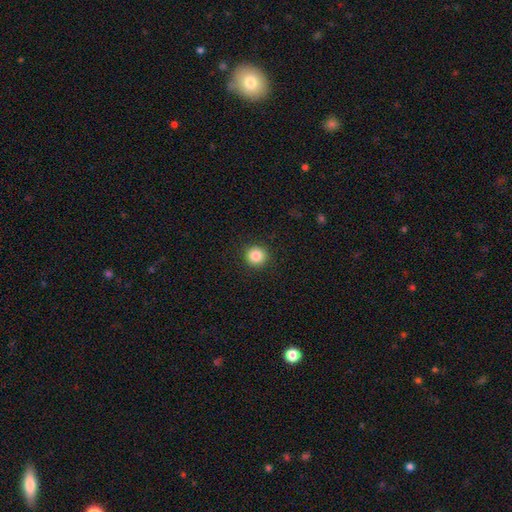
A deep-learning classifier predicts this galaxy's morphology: Smooth or featured: smooth — 87% (star or artifact — 10%)
How rounded: round — 95% (in between — 4%)
Merging: none — 92% (minor disturbance — 5%)